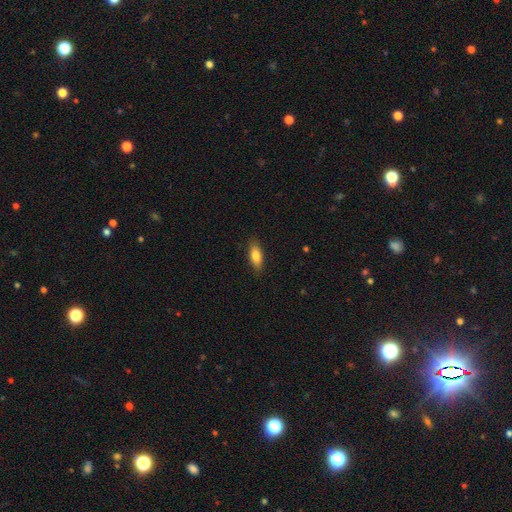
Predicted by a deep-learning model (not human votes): Overall: smooth (82%). How rounded: in between (77%). Merging: none (87%).